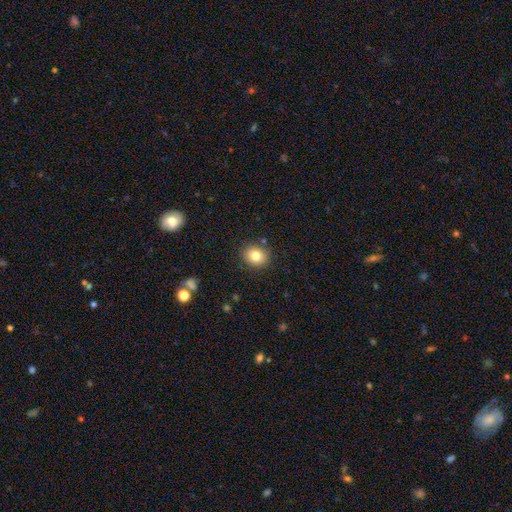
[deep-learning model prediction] smooth 80%, star or artifact 11%, featured or disk 10%. Down the decision tree: how rounded — round (71%); merging — none (87%).